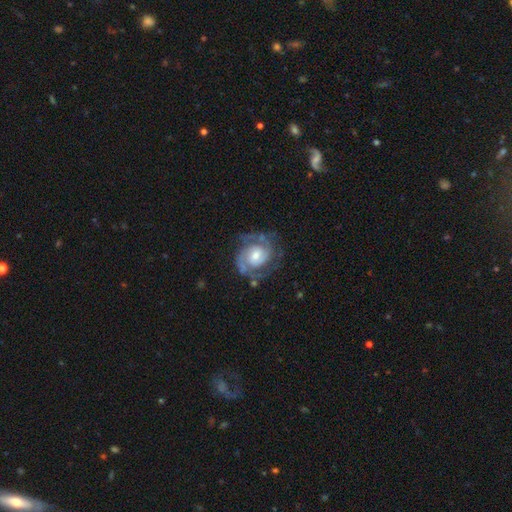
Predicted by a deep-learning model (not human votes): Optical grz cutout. It shows a featured or disk galaxy (87%) with no bar (60%), 2 (71%) tight (54%) spiral arms (96%) and a moderate central bulge (53%). Merging: none (71%).